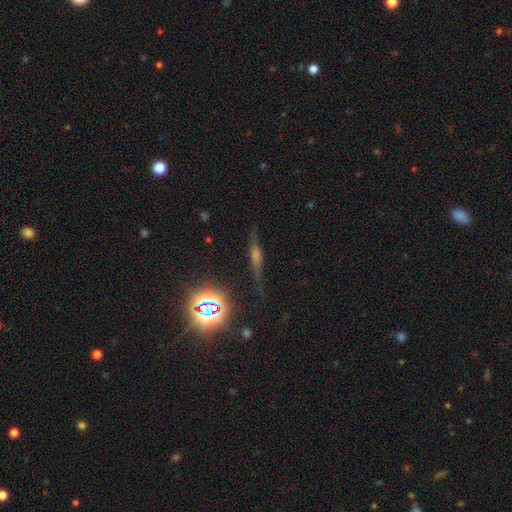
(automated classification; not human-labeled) Q: Smooth or featured?
A: featured or disk (55%); runner-up: star or artifact (26%)
Q: Edge-on disk?
A: yes (93%); runner-up: no (7%)
Q: Edge-on bulge?
A: rounded (69%); runner-up: boxy (19%)
Q: Merging?
A: none (82%); runner-up: minor disturbance (13%)